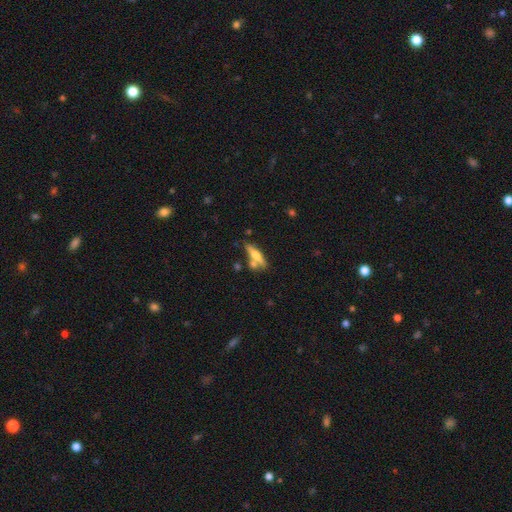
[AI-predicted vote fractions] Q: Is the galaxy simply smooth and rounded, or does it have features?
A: smooth — 47%.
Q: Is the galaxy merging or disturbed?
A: none — 59%.